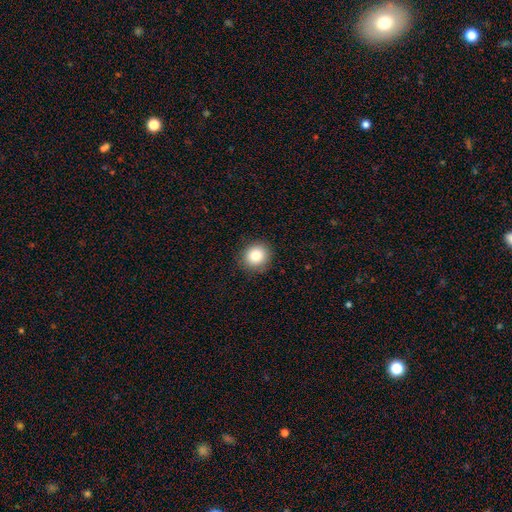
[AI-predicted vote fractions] This appears to be a smooth galaxy with no disk features (84%) that is round (88%). Merging: none (90%).